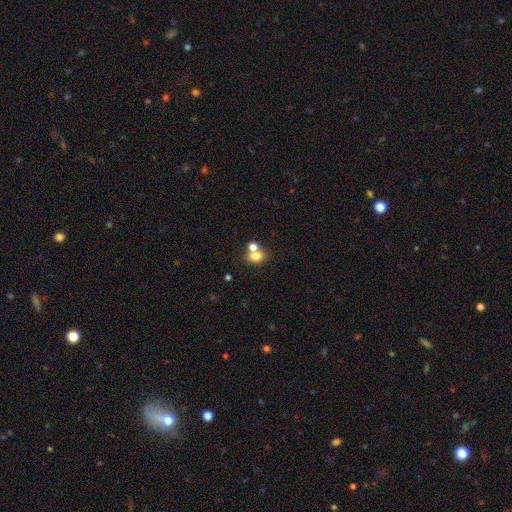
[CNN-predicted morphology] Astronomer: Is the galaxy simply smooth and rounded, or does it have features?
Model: smooth — 75%.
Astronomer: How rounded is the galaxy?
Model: in between — 53% (runner-up: round, 45%).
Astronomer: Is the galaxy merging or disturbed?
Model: none — 45% (runner-up: merger, 43%).